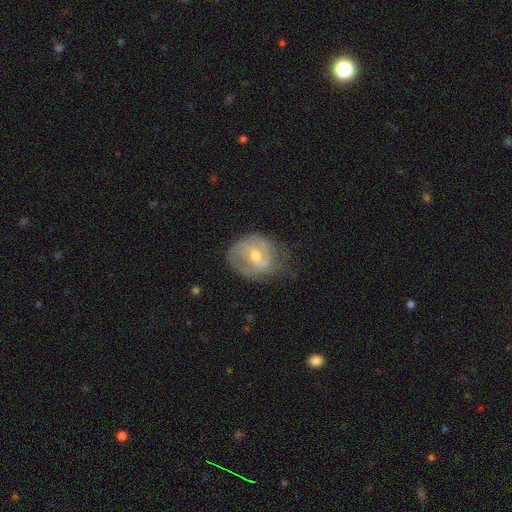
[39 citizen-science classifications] A featured or disk galaxy (72%) with no bar (56%), tight (52%) spiral arms (93%) and a moderate central bulge (78%). Merging: none (72%).